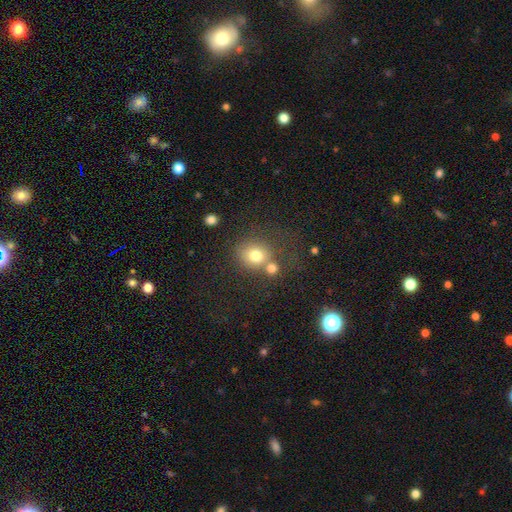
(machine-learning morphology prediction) smooth-or-featured: smooth: 76% | star or artifact: 13% | featured or disk: 11%
  how-rounded: round: 81% | in between: 18% | cigar-shaped: 1%
  merging: none: 54% | merger: 27% | minor disturbance: 12% | major disturbance: 7%